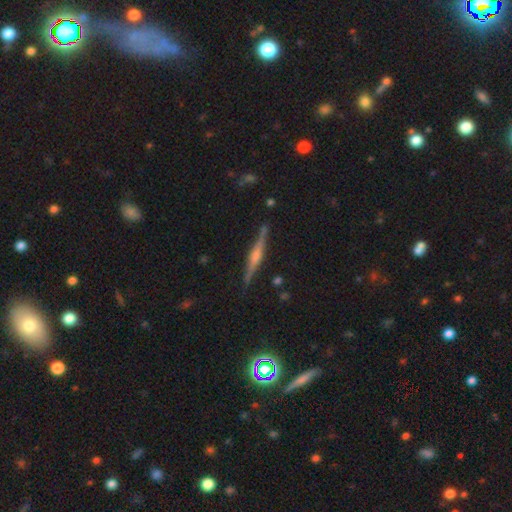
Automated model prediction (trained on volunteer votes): Q: Smooth or featured?
A: featured or disk (79%); runner-up: smooth (15%)
Q: Edge-on disk?
A: yes (98%); runner-up: no (2%)
Q: Edge-on bulge?
A: rounded (76%); runner-up: boxy (17%)
Q: Merging?
A: none (89%); runner-up: minor disturbance (8%)